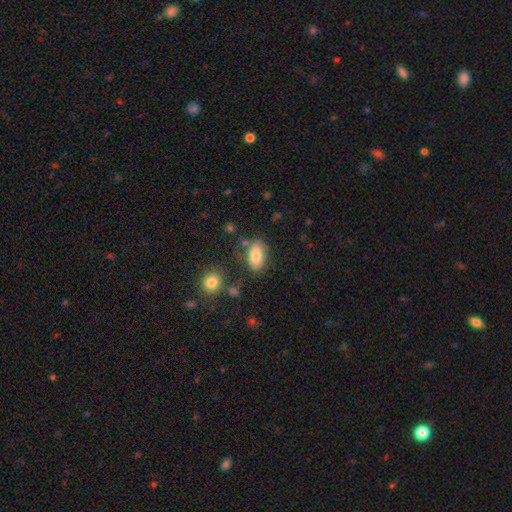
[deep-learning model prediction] A smooth galaxy with no disk features (80%) that is in between round and cigar-shaped (90%). Merging: none (73%).